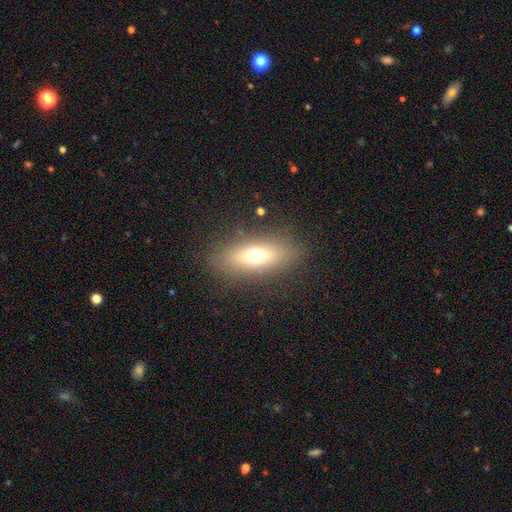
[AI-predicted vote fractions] A smooth galaxy with no disk features (62%) that is in between round and cigar-shaped (69%). Merging: none (85%).